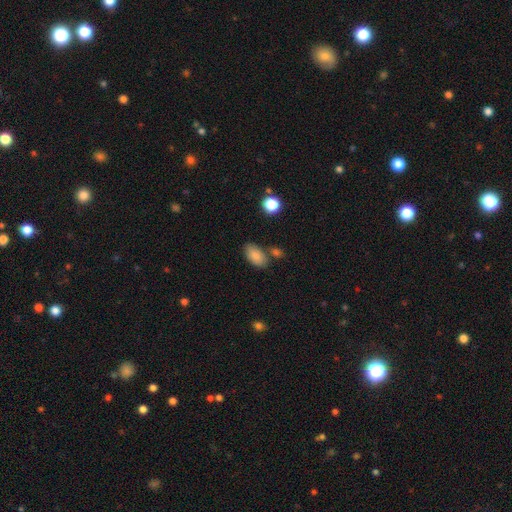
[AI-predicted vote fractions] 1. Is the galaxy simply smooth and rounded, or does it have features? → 85% smooth, 8% star or artifact, 7% featured or disk.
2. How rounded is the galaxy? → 93% in between, 5% round, 2% cigar-shaped.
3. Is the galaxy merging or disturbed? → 70% none, 15% minor disturbance, 11% merger, 4% major disturbance.